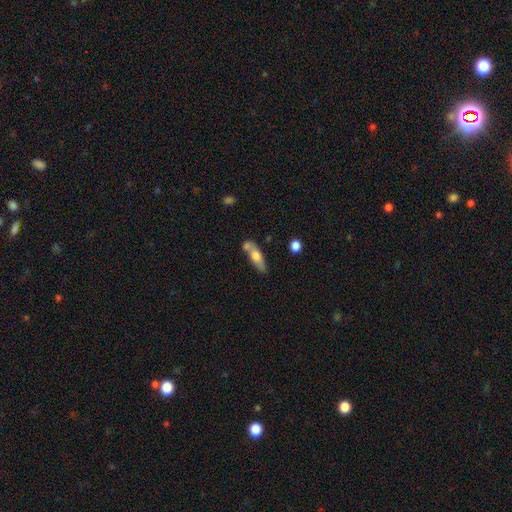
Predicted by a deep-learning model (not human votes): A smooth galaxy with no disk features (60%) that is cigar-shaped (48%, tied with in between).

Vote fractions:
- Smooth or featured? smooth: 60% / featured or disk: 33% / star or artifact: 7%
- How rounded? cigar-shaped: 48% (tied) / in between: 48% (tied) / round: 4%
- Merging? none: 48% / merger: 28% / minor disturbance: 18% / major disturbance: 7%